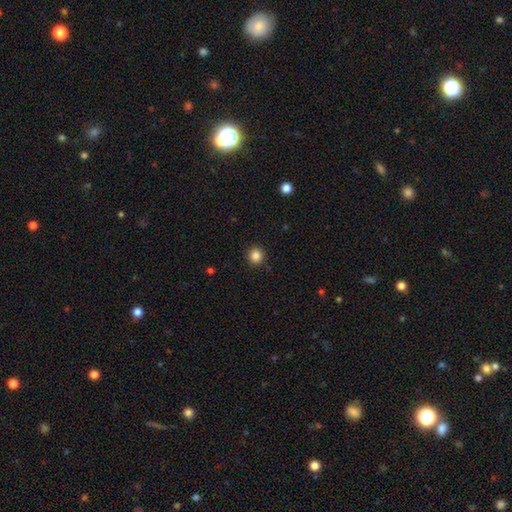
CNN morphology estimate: This is clearly a smooth galaxy (85%). How rounded: clearly round (95%). Merging: clearly none (92%).